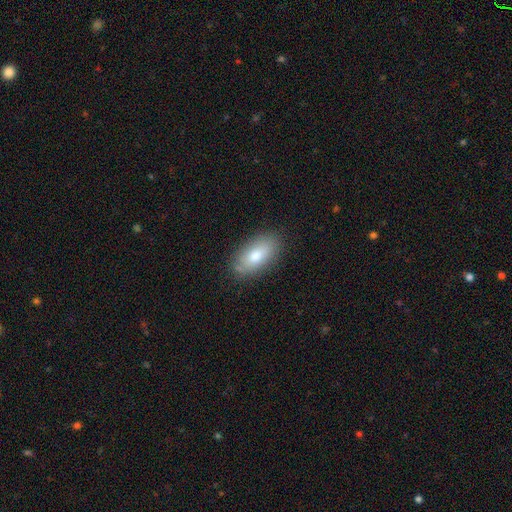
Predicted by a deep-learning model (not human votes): Smooth or featured? smooth (75%)
How rounded? in between (91%)
Merging? none (82%)